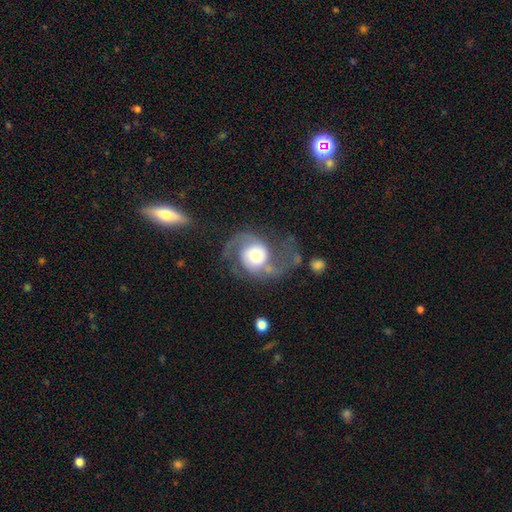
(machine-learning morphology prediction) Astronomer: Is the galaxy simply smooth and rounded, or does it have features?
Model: featured or disk — 81%.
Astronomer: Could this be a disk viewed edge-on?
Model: no — 98%.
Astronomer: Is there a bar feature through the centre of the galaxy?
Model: no — 70%.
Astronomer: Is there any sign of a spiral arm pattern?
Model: yes — 94%.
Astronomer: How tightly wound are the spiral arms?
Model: medium — 50% (runner-up: loose, 34%).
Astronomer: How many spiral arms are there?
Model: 2 — 89%.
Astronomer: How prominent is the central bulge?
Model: large — 41% (runner-up: moderate, 39%).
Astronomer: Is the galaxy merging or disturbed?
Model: none — 52%.